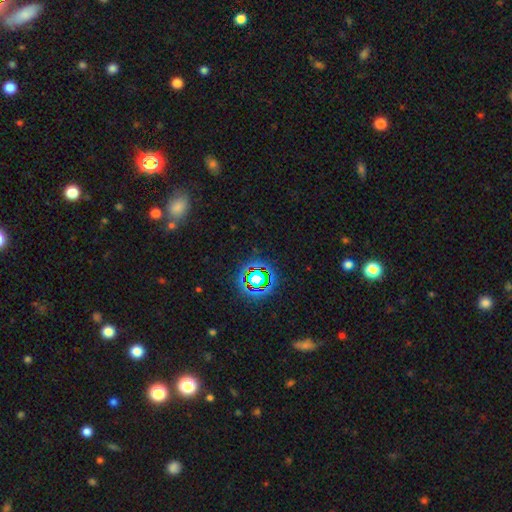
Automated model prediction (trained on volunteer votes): The model was most divided on "smooth or featured": star or artifact: 62%, smooth: 27%, featured or disk: 11%.